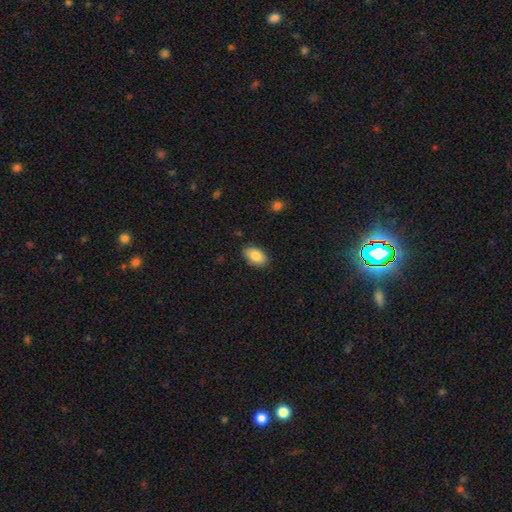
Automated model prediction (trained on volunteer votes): Overall: smooth (86%). How rounded: in between (92%). Merging: none (85%).